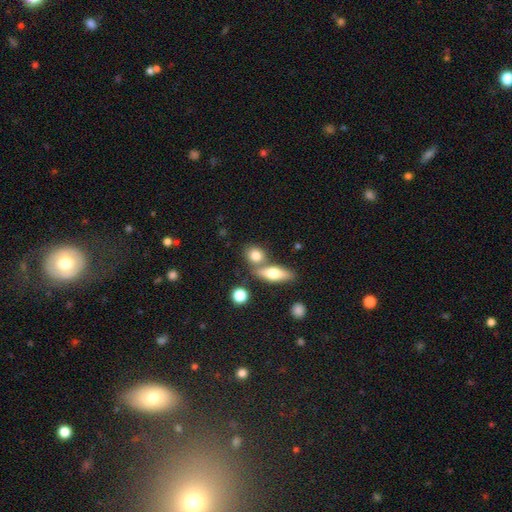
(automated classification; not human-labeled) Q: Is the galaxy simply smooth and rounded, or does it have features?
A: smooth — 77%.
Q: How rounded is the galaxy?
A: round — 49%.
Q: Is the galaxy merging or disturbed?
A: none — 53%.